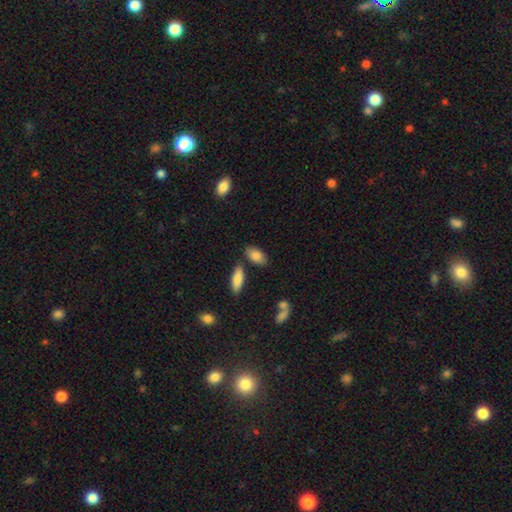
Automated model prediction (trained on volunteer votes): smooth_or_featured: smooth (p=0.85) [alt: featured or disk p=0.08]
how_rounded: in between (p=0.90) [alt: cigar-shaped p=0.05]
merging: none (p=0.74) [alt: minor disturbance p=0.14]